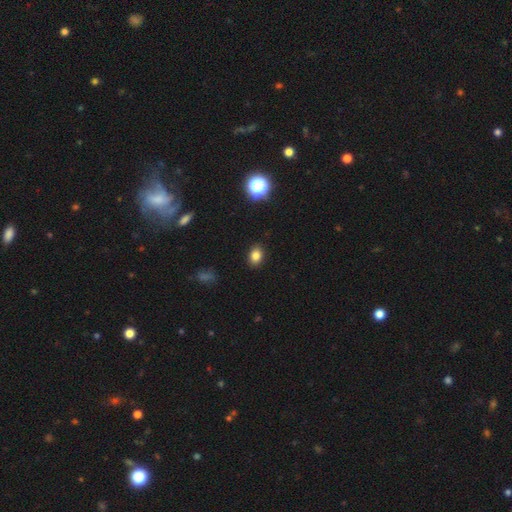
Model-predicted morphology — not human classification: This appears to be a smooth galaxy with no disk features (81%) that is in between round and cigar-shaped (67%). Merging: none (88%).